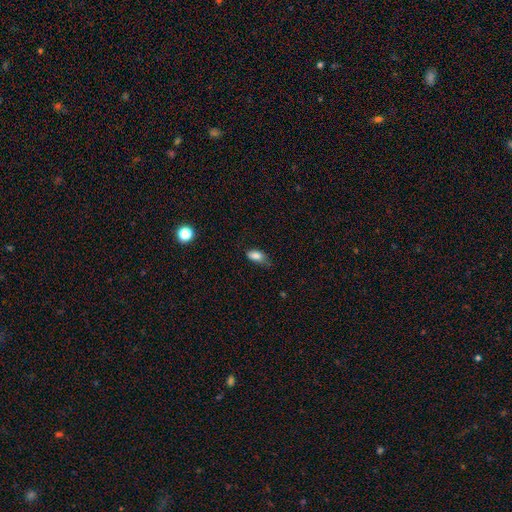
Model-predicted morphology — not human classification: A smooth galaxy with no disk features (83%) that is in between round and cigar-shaped (88%). Merging: none (45%).